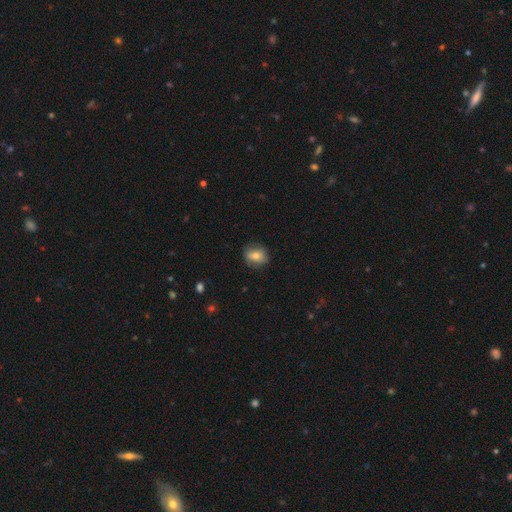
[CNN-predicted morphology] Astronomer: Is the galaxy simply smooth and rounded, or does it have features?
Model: smooth — 67%.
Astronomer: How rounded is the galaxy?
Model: round — 60% (runner-up: in between, 39%).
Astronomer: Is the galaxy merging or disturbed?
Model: none — 78%.